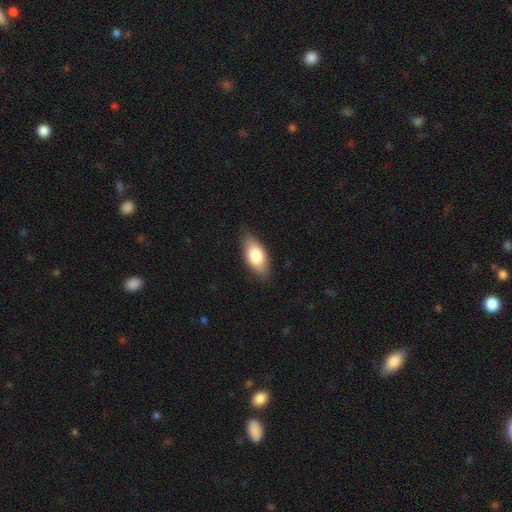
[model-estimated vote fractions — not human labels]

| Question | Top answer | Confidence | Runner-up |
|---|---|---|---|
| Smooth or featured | smooth | 76% | featured or disk (18%) |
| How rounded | in between | 88% | cigar-shaped (9%) |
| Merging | none | 81% | minor disturbance (16%) |